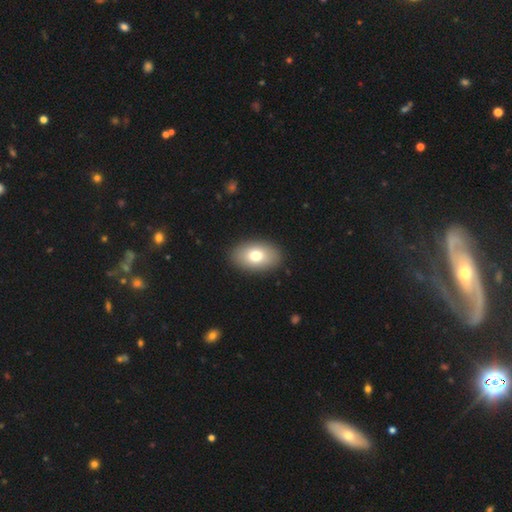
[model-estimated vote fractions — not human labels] Smooth or featured: smooth — 77% (featured or disk — 16%)
How rounded: in between — 91% (round — 8%)
Merging: none — 90% (minor disturbance — 7%)